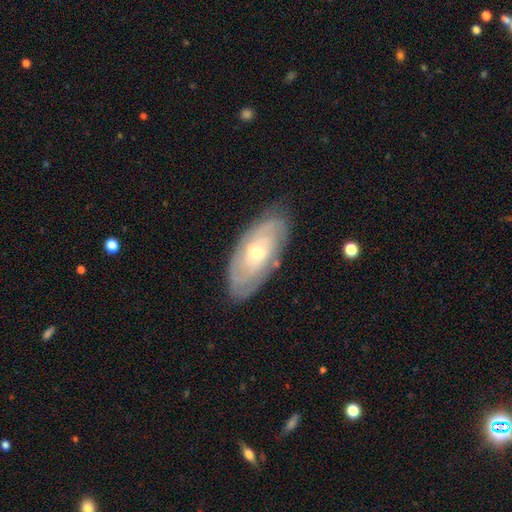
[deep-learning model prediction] Q: Smooth or featured?
A: featured or disk (75%); runner-up: smooth (19%)
Q: Edge-on disk?
A: no (90%); runner-up: yes (10%)
Q: Bar?
A: no (74%); runner-up: weak (22%)
Q: Spiral arms?
A: yes (87%); runner-up: no (13%)
Q: Spiral winding?
A: tight (74%); runner-up: medium (20%)
Q: Spiral arm count?
A: can't tell (53%); runner-up: 2 (21%)
Q: Bulge size?
A: moderate (51%); runner-up: small (45%)
Q: Merging?
A: none (81%); runner-up: minor disturbance (15%)